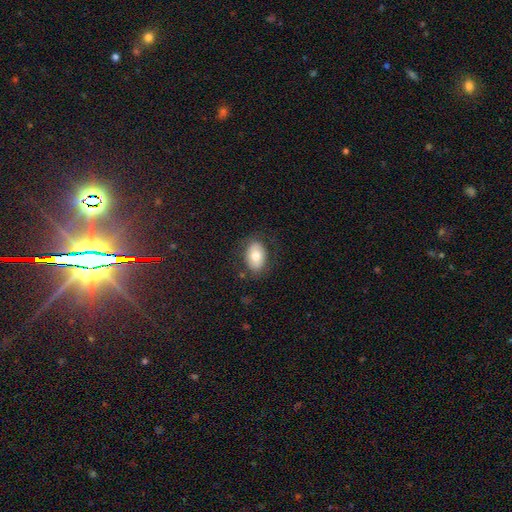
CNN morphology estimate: Overall: smooth (73%). How rounded: in between (83%). Merging: none (78%).